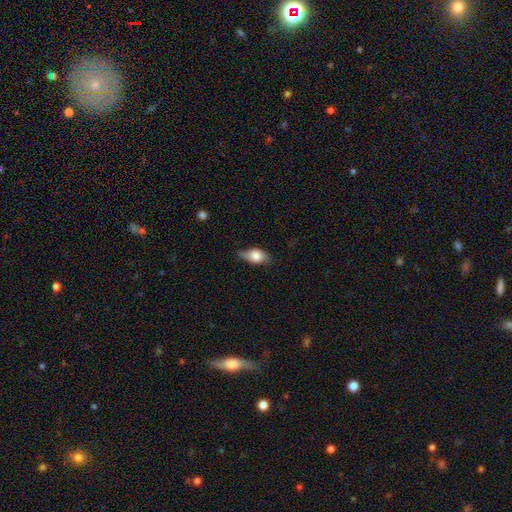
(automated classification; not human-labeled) Q: Smooth or featured?
A: smooth (66%); runner-up: featured or disk (27%)
Q: How rounded?
A: in between (84%); runner-up: round (9%)
Q: Merging?
A: none (64%); runner-up: minor disturbance (28%)